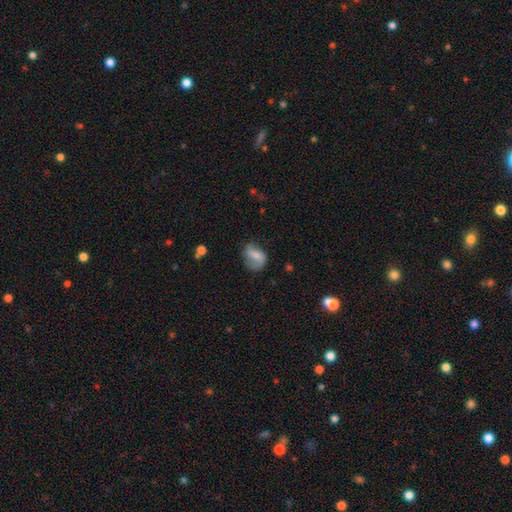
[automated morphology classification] smooth-or-featured: smooth: 48% | featured or disk: 44% | star or artifact: 9%
  merging: none: 49% | minor disturbance: 29% | major disturbance: 19% | merger: 3%